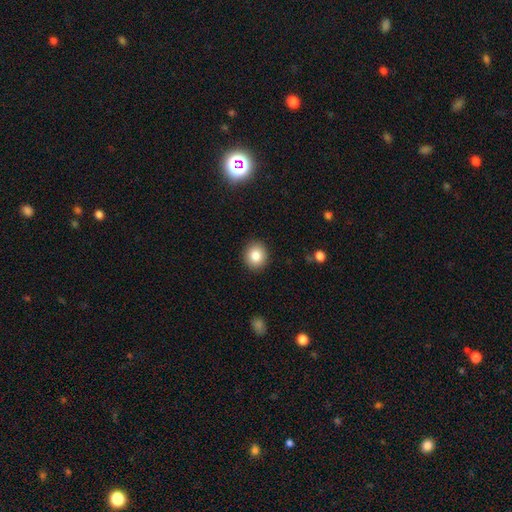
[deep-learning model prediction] This appears to be a smooth galaxy with no disk features (84%) that is round (82%). Merging: none (91%).